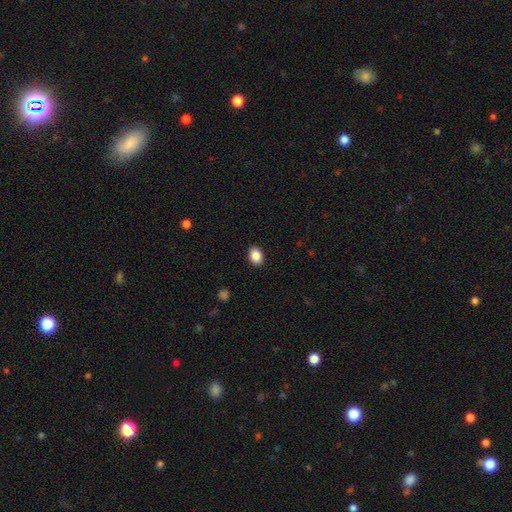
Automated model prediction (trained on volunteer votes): Smooth or featured: smooth — 88% (star or artifact — 8%)
How rounded: in between — 74% (round — 25%)
Merging: none — 90% (minor disturbance — 7%)